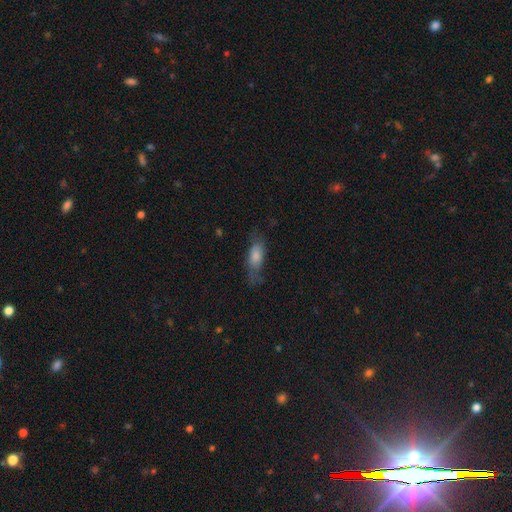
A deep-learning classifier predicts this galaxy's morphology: Q: Smooth or featured?
A: smooth (67%); runner-up: featured or disk (25%)
Q: How rounded?
A: in between (73%); runner-up: cigar-shaped (24%)
Q: Merging?
A: none (51%); runner-up: minor disturbance (28%)